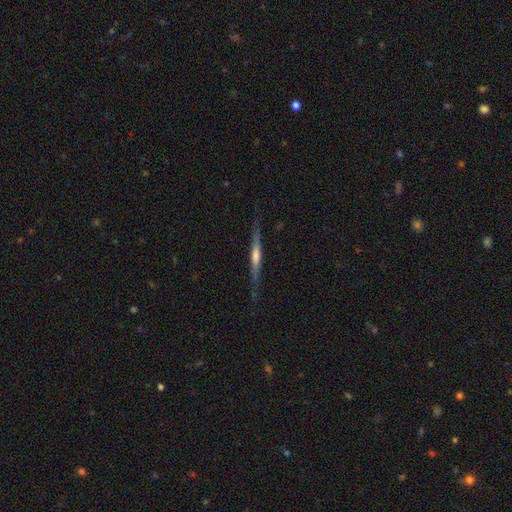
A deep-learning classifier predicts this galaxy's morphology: Smooth or featured: featured or disk — 69% (smooth — 25%)
Edge-on disk: yes — 97% (no — 3%)
Edge-on bulge: rounded — 53% (none — 29%)
Merging: none — 82% (minor disturbance — 14%)